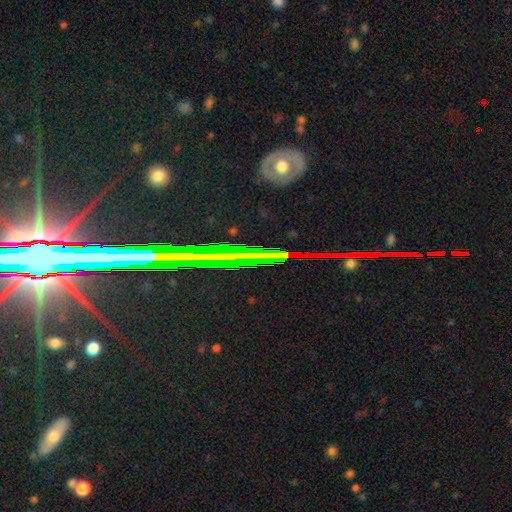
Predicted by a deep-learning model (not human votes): Smooth or featured: star or artifact — 63% (featured or disk — 26%)